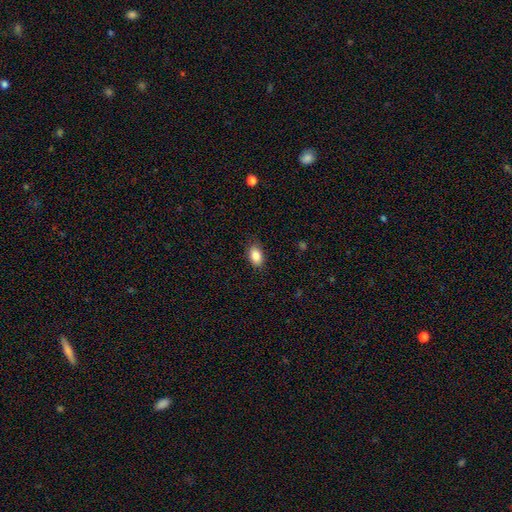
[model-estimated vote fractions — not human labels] A smooth galaxy with no disk features (87%) that is in between round and cigar-shaped (89%).

Vote fractions:
- Smooth or featured? smooth: 87% / star or artifact: 8% / featured or disk: 5%
- How rounded? in between: 89% / round: 9% / cigar-shaped: 2%
- Merging? none: 85% / minor disturbance: 11% / major disturbance: 2% / merger: 1%